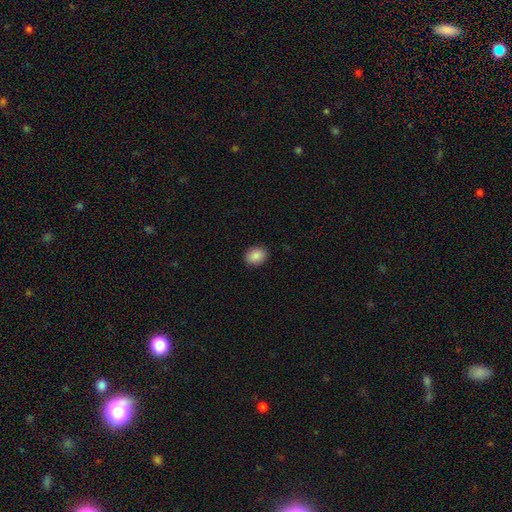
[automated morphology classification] Q: Smooth or featured?
A: smooth (89%); runner-up: star or artifact (8%)
Q: How rounded?
A: in between (53%); runner-up: round (46%)
Q: Merging?
A: none (90%); runner-up: minor disturbance (7%)